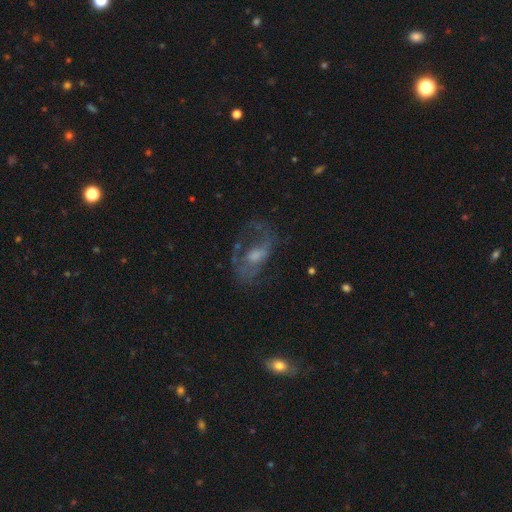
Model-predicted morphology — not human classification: Q: Smooth or featured?
A: featured or disk (67%); runner-up: smooth (21%)
Q: Edge-on disk?
A: no (95%); runner-up: yes (5%)
Q: Bar?
A: no (52%); runner-up: weak (37%)
Q: Spiral arms?
A: yes (61%); runner-up: no (39%)
Q: Bulge size?
A: moderate (46%); runner-up: small (30%)
Q: Merging?
A: none (46%); runner-up: major disturbance (33%)